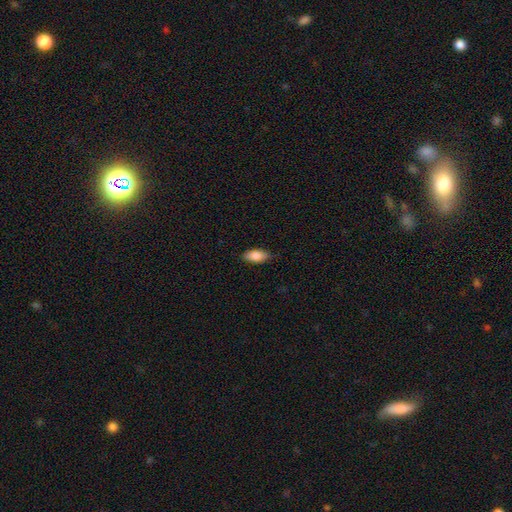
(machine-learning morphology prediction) Smooth or featured?
  - smooth: 86% *
  - featured or disk: 8%
  - star or artifact: 7%
How rounded?
  - in between: 89% *
  - cigar-shaped: 9%
  - round: 3%
Merging?
  - none: 83% *
  - minor disturbance: 13%
  - major disturbance: 2%
  - merger: 1%